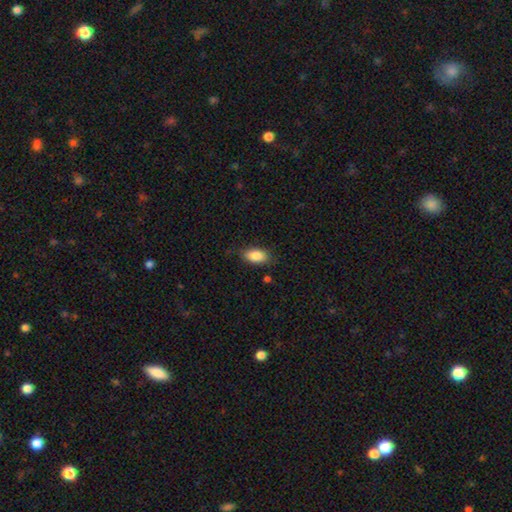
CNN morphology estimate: A smooth galaxy with no disk features (86%) that is in between round and cigar-shaped (90%). Merging: none (80%).